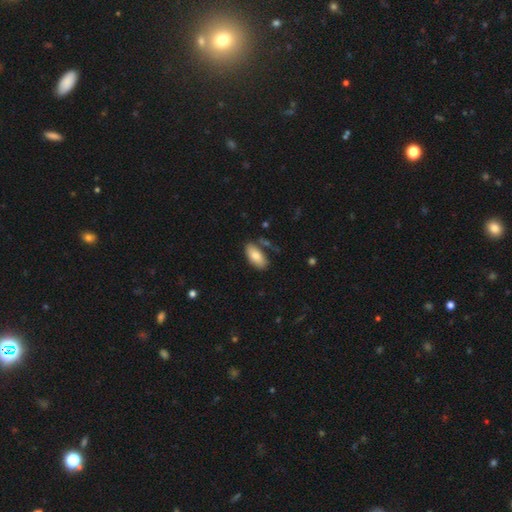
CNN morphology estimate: Smooth or featured? Predicted: smooth (p=0.81). How rounded? Predicted: in between (p=0.90). Merging? Predicted: none (p=0.73).